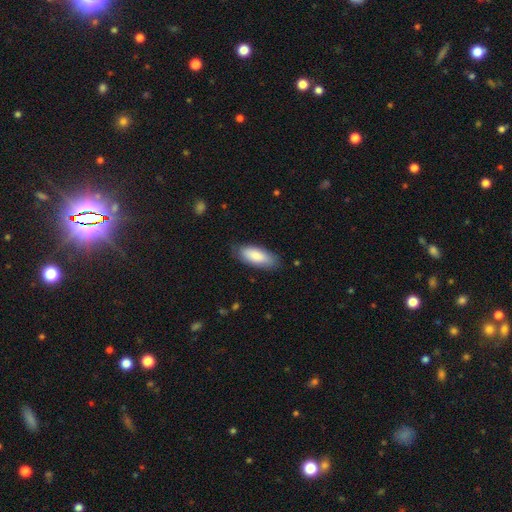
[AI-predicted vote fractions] The model was most divided on "how rounded": in between: 78%, cigar-shaped: 20%, round: 2%. More confident: smooth or featured — smooth (85%); merging — none (80%).